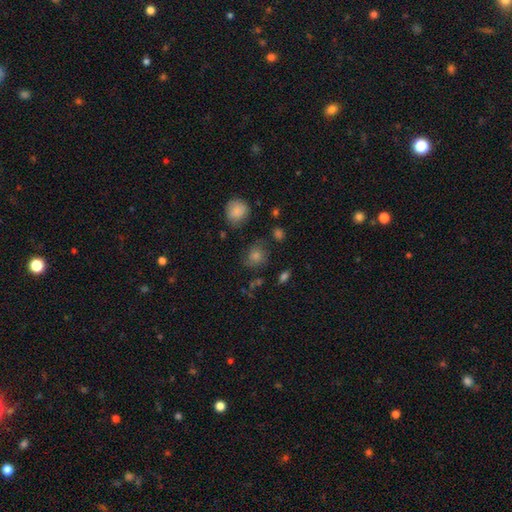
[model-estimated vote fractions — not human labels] smooth 51%, star or artifact 27%, featured or disk 22%. Down the decision tree: how rounded — round (73%); merging — none (71%).